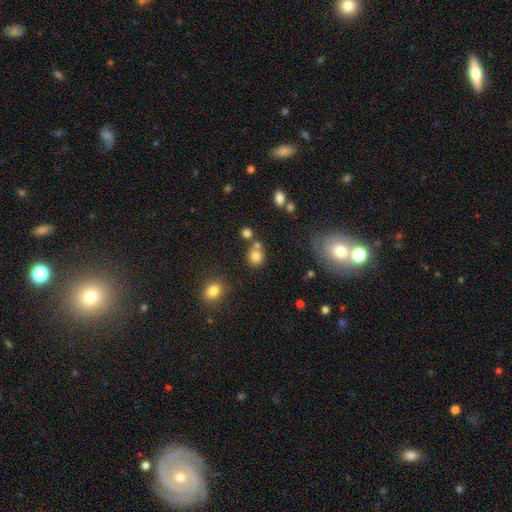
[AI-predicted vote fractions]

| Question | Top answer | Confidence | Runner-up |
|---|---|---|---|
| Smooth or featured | smooth | 79% | star or artifact (13%) |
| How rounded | round | 77% | in between (22%) |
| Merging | none | 59% | merger (26%) |